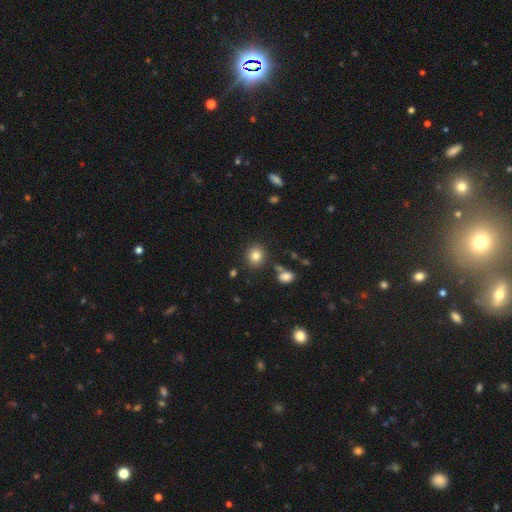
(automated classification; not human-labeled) This appears to be a smooth galaxy with no disk features (82%) that is round (80%). Merging: none (85%).